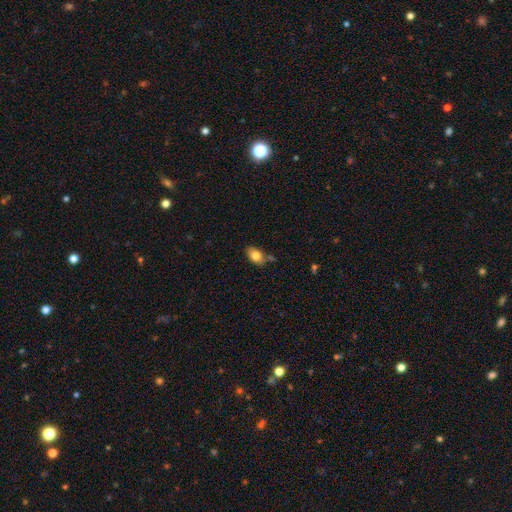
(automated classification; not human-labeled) Smooth or featured? Predicted: smooth (p=0.81). How rounded? Predicted: in between (p=0.88). Merging? Predicted: none (p=0.68).